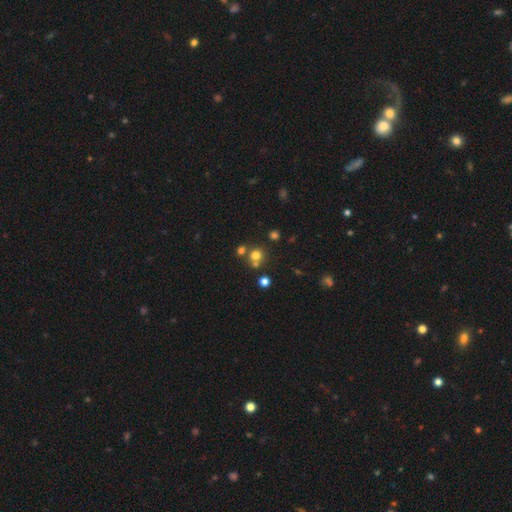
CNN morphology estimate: This appears to be a smooth galaxy with no disk features (69%) that is round (88%). Merging: none (61%).